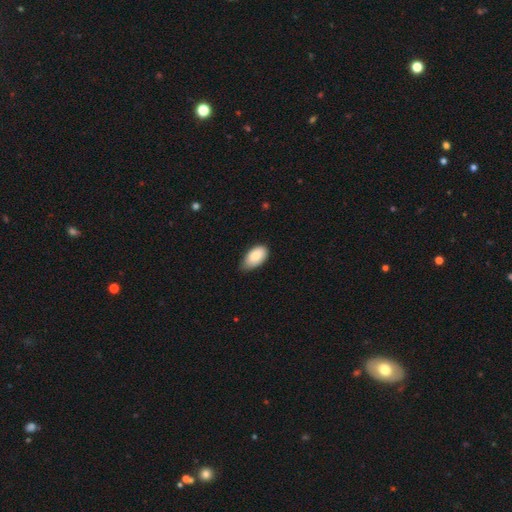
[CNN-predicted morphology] The model was most divided on "merging": none: 59%, minor disturbance: 36%, major disturbance: 4%, merger: 1%. More confident: how rounded — in between (95%); smooth or featured — smooth (87%).